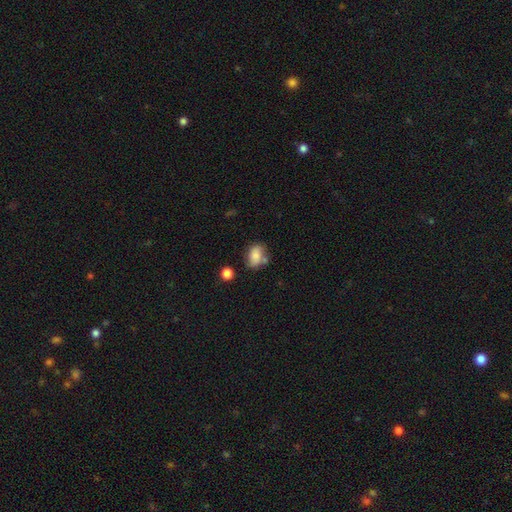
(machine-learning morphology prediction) smooth_or_featured: smooth (p=0.79) [alt: featured or disk p=0.12]
how_rounded: in between (p=0.81) [alt: round p=0.17]
merging: none (p=0.55) [alt: minor disturbance p=0.23]